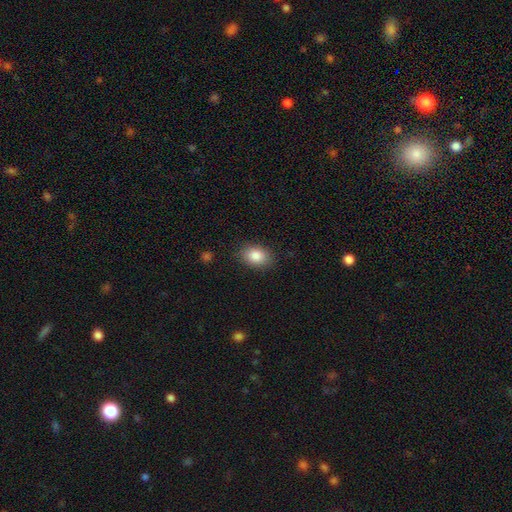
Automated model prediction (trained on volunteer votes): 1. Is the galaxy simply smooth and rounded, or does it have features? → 86% smooth, 8% star or artifact, 6% featured or disk.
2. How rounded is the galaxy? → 77% in between, 22% round, 1% cigar-shaped.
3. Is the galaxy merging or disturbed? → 86% none, 11% minor disturbance, 3% major disturbance, 1% merger.